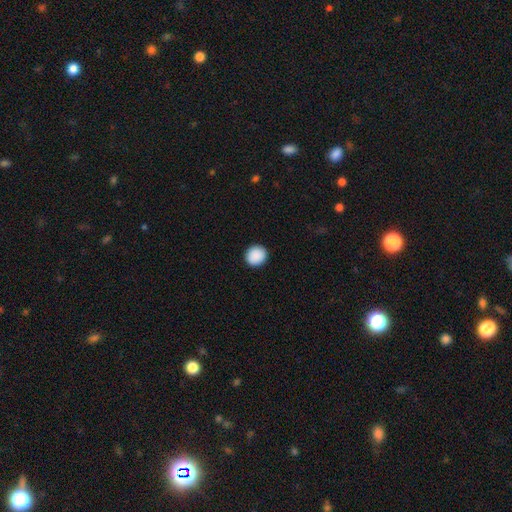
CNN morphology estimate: A smooth galaxy with no disk features (90%) that is round (88%).

Vote fractions:
- Smooth or featured? smooth: 90% / star or artifact: 7% / featured or disk: 2%
- How rounded? round: 88% / in between: 11% / cigar-shaped: 1%
- Merging? none: 92% / minor disturbance: 5% / major disturbance: 2% / merger: 1%